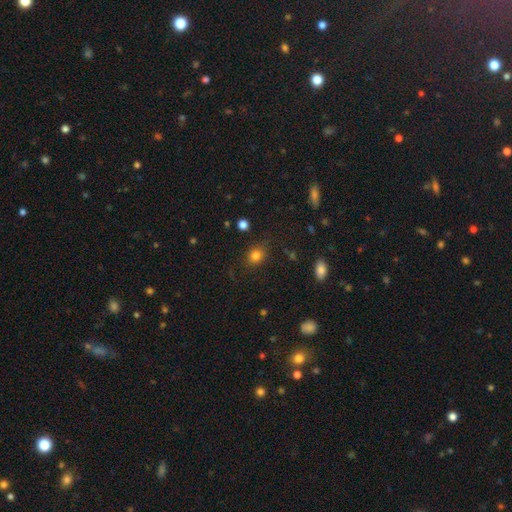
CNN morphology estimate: type=smooth (80%); roundness=round (59%); merging=none (81%).